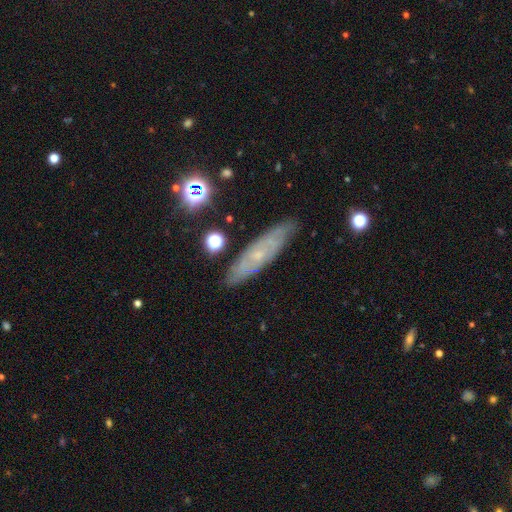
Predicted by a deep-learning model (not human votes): Smooth or featured?
  - featured or disk: 59% *
  - smooth: 30%
  - star or artifact: 11%
Edge-on disk?
  - no: 65% *
  - yes: 35%
Merging?
  - none: 83% *
  - minor disturbance: 13%
  - major disturbance: 3%
  - merger: 2%